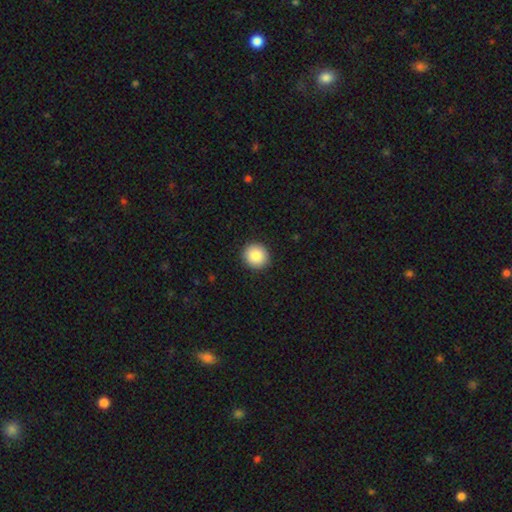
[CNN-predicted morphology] smooth-or-featured: smooth: 88% | star or artifact: 8% | featured or disk: 4%
  how-rounded: round: 90% | in between: 9% | cigar-shaped: 1%
  merging: none: 92% | minor disturbance: 5% | major disturbance: 2% | merger: 1%